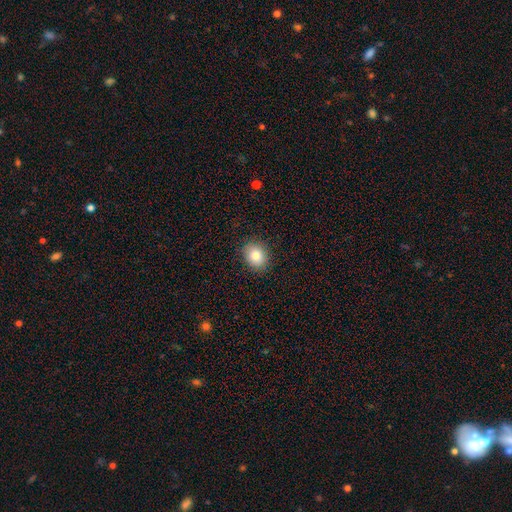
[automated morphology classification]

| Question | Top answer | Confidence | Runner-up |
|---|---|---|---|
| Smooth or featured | smooth | 83% | star or artifact (9%) |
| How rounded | round | 59% | in between (41%) |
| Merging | none | 89% | minor disturbance (8%) |